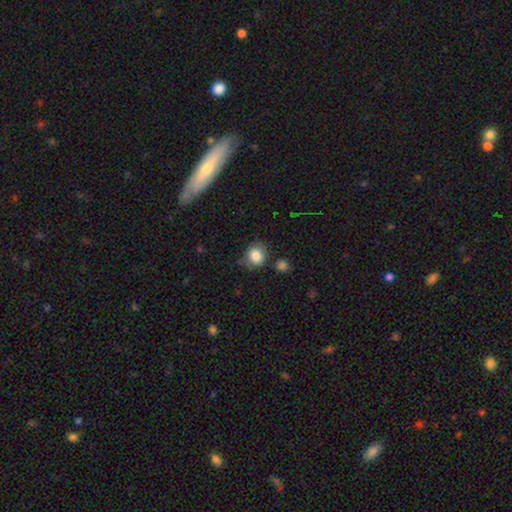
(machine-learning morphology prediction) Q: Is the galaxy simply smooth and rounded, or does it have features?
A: smooth — 83%.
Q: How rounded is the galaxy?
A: round — 72%.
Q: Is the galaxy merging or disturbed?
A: none — 66%.